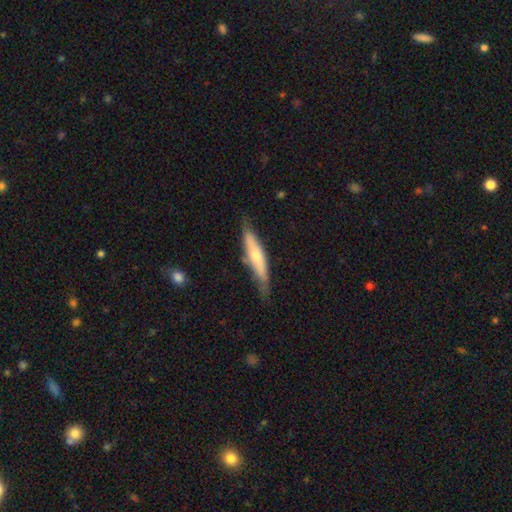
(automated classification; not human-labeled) Overall: featured or disk (49%; smooth 46%). Merging: none (69%).